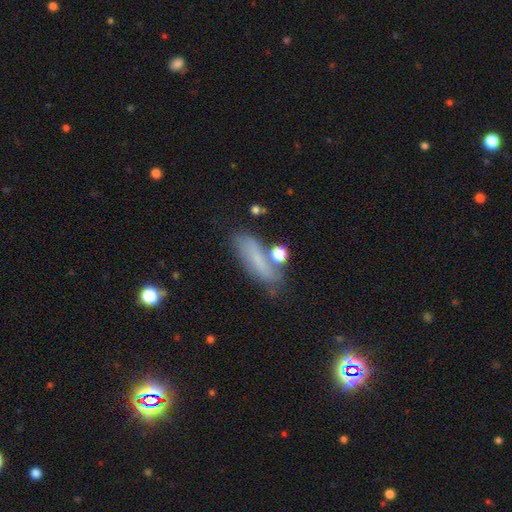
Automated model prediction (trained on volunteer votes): smooth 63%, featured or disk 24%, star or artifact 13%. Down the decision tree: how rounded — cigar-shaped (53%); merging — none (63%).